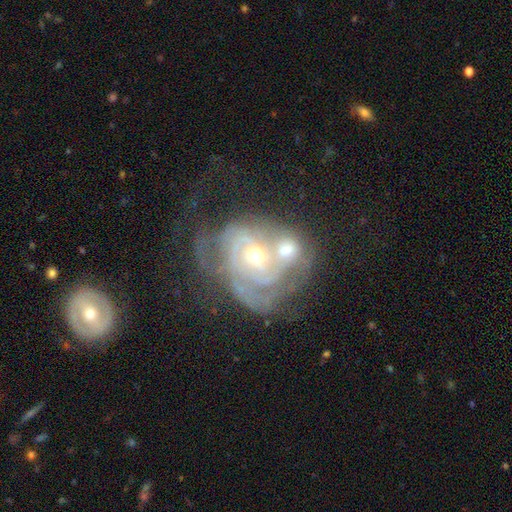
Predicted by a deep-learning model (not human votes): Overall: featured or disk (81%). Edge-on disk: no (97%). Bar: no (72%). Spiral arms: yes (86%). Spiral arm count: can't tell (42%; 2 30%). Spiral winding: tight (64%; medium 27%). Bulge size: moderate (54%; small 41%). Merging: merger (60%).